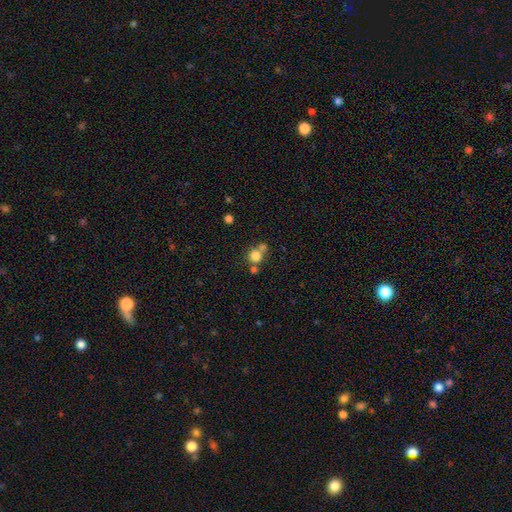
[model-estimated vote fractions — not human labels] Smooth or featured?
  - smooth: 78% *
  - star or artifact: 13%
  - featured or disk: 9%
How rounded?
  - round: 89% *
  - in between: 10%
  - cigar-shaped: 1%
Merging?
  - none: 53% *
  - merger: 35%
  - minor disturbance: 8%
  - major disturbance: 4%